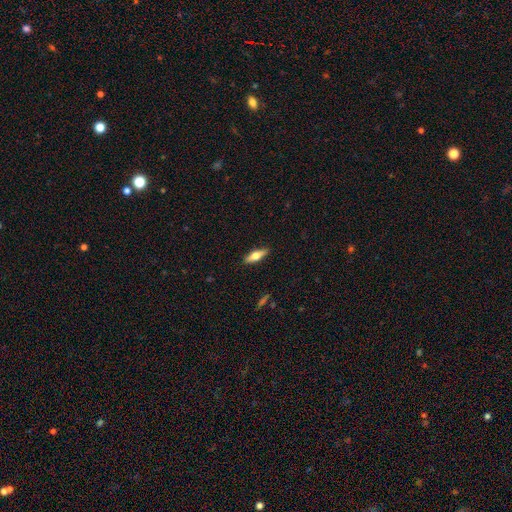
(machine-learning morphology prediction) smooth 50%, featured or disk 43%, star or artifact 6%. Down the decision tree: how rounded — cigar-shaped (52%); merging — none (90%).